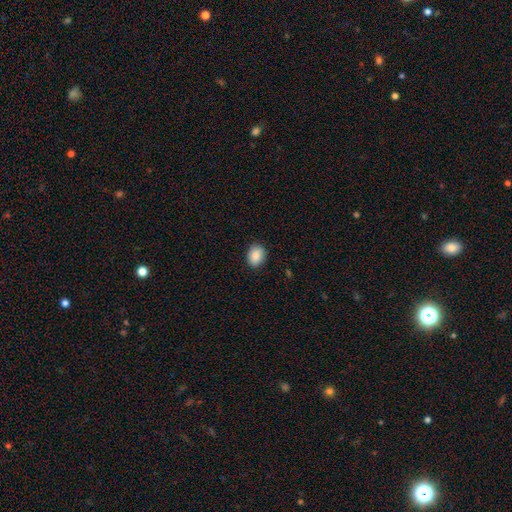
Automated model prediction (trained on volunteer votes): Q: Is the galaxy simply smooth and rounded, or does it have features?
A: smooth — 88%.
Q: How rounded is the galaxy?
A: in between — 65%.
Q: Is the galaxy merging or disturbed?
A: none — 86%.